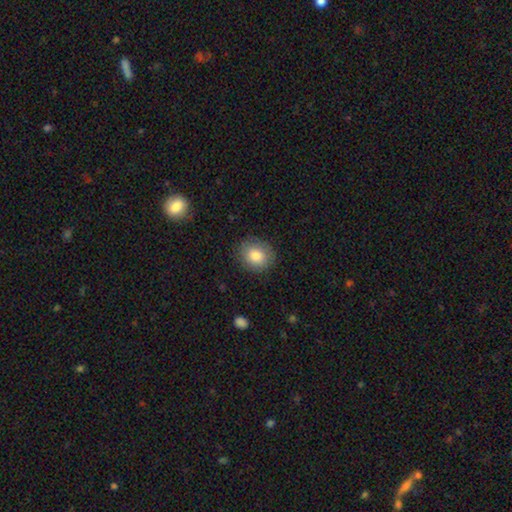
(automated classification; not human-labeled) A smooth galaxy with no disk features (82%) that is round (73%). Merging: none (86%).